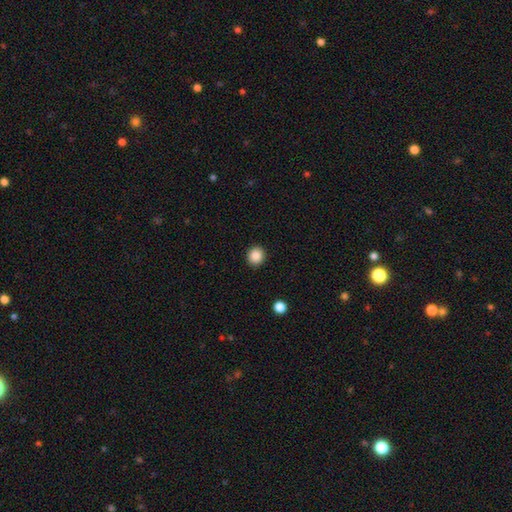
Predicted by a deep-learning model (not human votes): Overall: smooth (87%). How rounded: round (86%). Merging: none (92%).